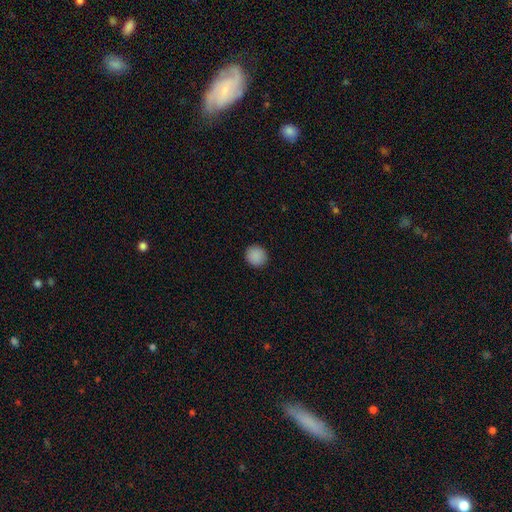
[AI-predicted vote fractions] A smooth galaxy with no disk features (89%) that is round (93%).

Vote fractions:
- Smooth or featured? smooth: 89% / star or artifact: 8% / featured or disk: 2%
- How rounded? round: 93% / in between: 6% / cigar-shaped: 1%
- Merging? none: 92% / minor disturbance: 5% / major disturbance: 2% / merger: 1%